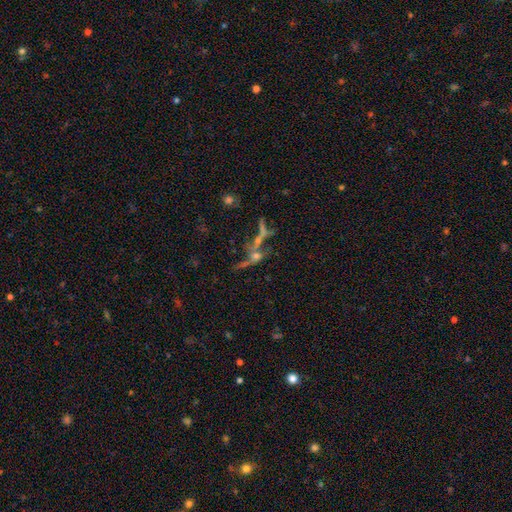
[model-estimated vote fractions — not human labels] Smooth or featured? Predicted: featured or disk (p=0.46). Merging? Predicted: merger (p=0.38).